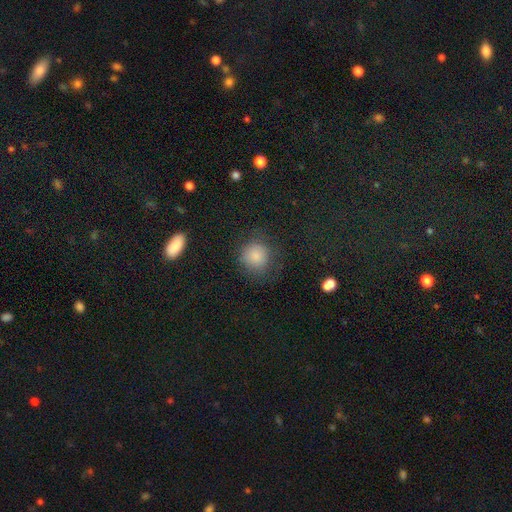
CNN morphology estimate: Smooth or featured? Predicted: smooth (p=0.83). How rounded? Predicted: round (p=0.88). Merging? Predicted: none (p=0.73).